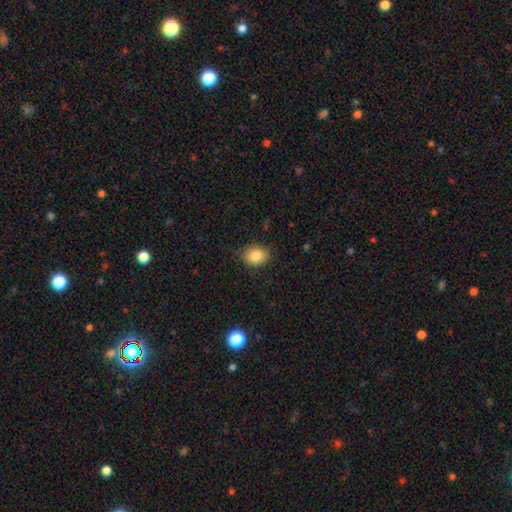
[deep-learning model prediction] A smooth galaxy with no disk features (85%) that is in between round and cigar-shaped (51%).

Vote fractions:
- Smooth or featured? smooth: 85% / star or artifact: 9% / featured or disk: 6%
- How rounded? in between: 51% / round: 48% / cigar-shaped: 1%
- Merging? none: 84% / minor disturbance: 12% / major disturbance: 3% / merger: 1%